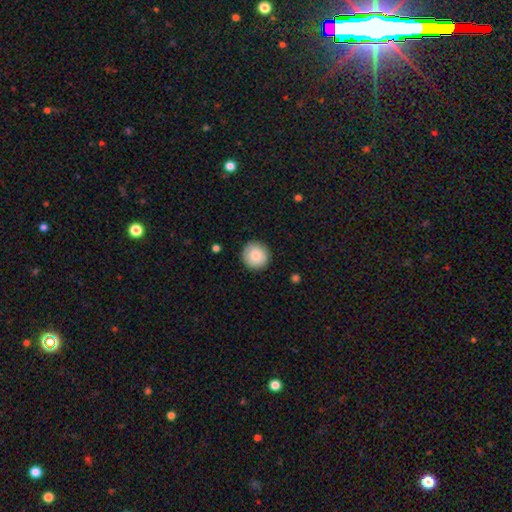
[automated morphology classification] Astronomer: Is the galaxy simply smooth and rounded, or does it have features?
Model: smooth — 85%.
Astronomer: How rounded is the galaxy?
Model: round — 95%.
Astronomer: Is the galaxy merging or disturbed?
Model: none — 91%.